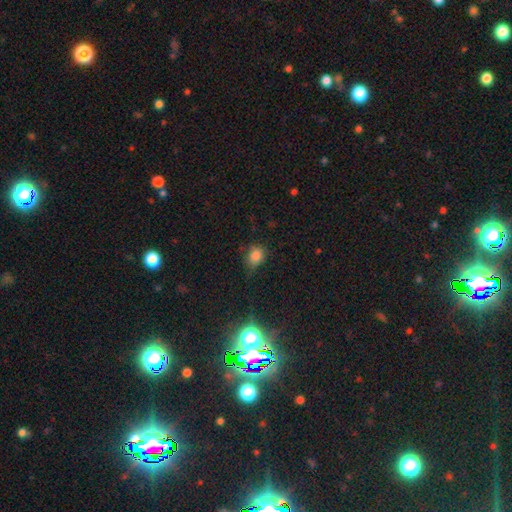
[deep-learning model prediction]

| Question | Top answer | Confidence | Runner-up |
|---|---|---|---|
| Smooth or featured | smooth | 80% | star or artifact (14%) |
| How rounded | round | 57% | in between (42%) |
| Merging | none | 61% | minor disturbance (28%) |